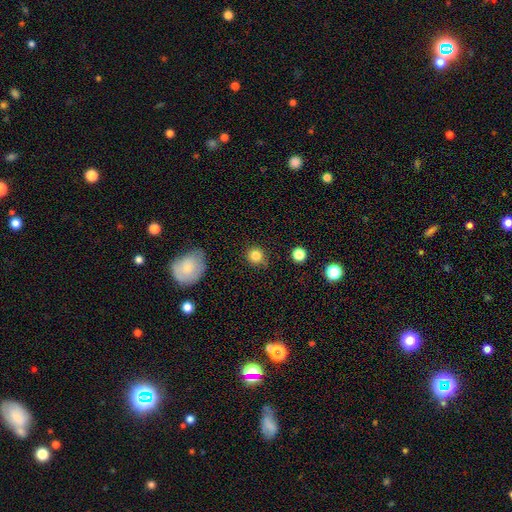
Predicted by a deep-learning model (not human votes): smooth 84%, star or artifact 11%, featured or disk 6%. Down the decision tree: how rounded — round (91%); merging — none (83%).